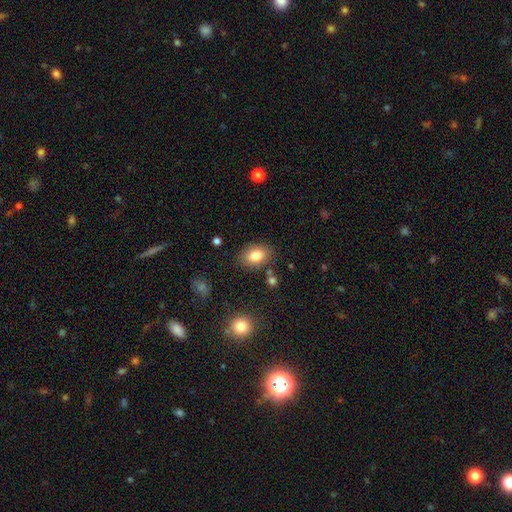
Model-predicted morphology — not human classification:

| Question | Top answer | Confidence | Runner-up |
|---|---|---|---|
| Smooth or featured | smooth | 82% | featured or disk (9%) |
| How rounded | in between | 78% | round (21%) |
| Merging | none | 80% | minor disturbance (13%) |